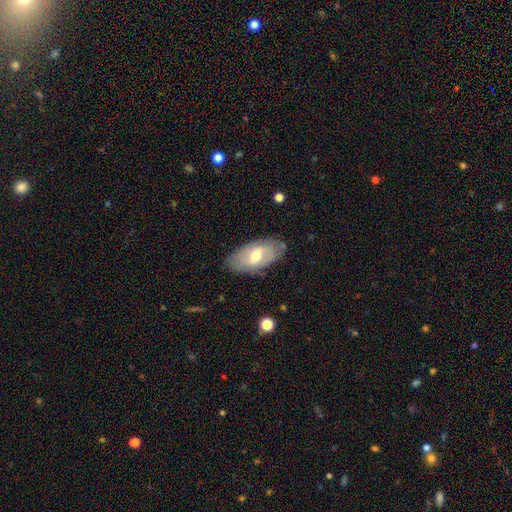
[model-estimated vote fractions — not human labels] Morphology: type=featured or disk (51%); edge-on=no (88%); merging=none (77%).